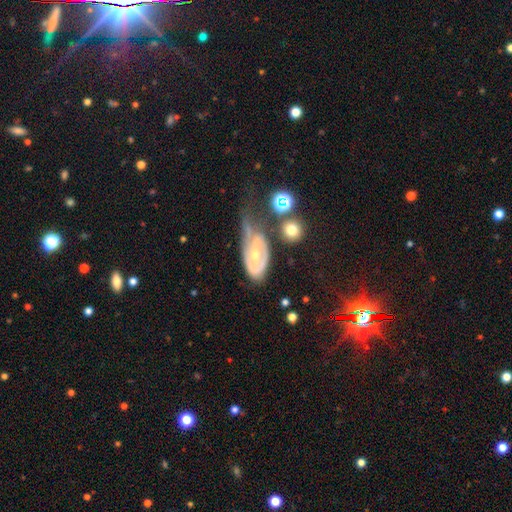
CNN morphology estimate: This is likely a featured or disk galaxy (74%). It is clearly not viewed edge-on (92%). Bar: possibly no (60%). Spiral arm pattern: likely yes (75%). Spiral arm count: marginally 2 (38%). Spiral winding: possibly tight (55%). Central bulge: possibly small (56%). Merging: marginally major disturbance (34%).